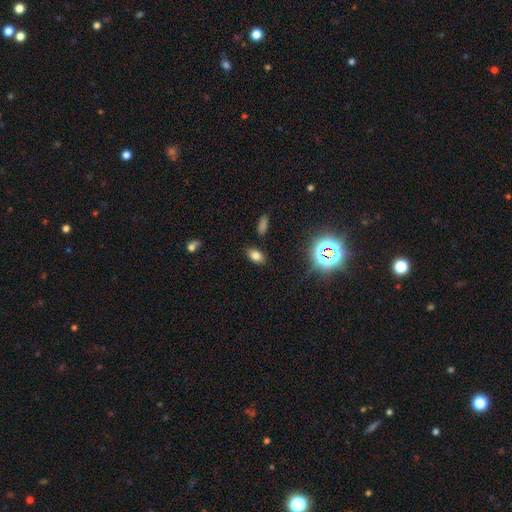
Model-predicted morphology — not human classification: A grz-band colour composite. It shows a smooth galaxy with no disk features (73%) that is in between round and cigar-shaped (86%). Merging: none (85%).